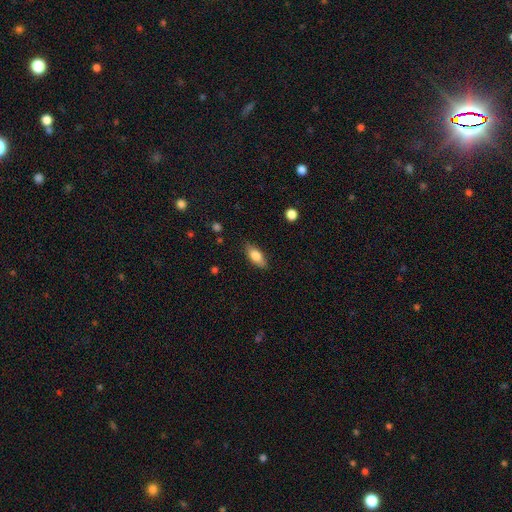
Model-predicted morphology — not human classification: This appears to be a smooth galaxy with no disk features (79%) that is in between round and cigar-shaped (81%). Merging: none (83%).